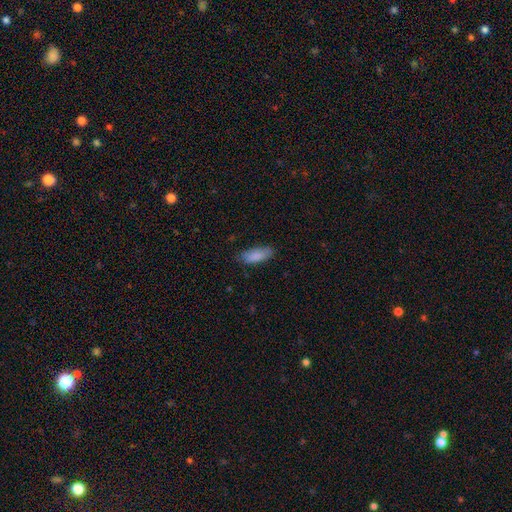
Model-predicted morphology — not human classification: This is clearly a smooth galaxy (86%). How rounded: likely in between (72%). Merging: likely none (78%).